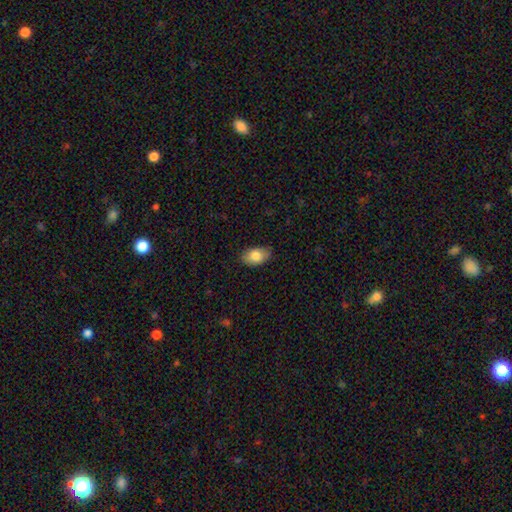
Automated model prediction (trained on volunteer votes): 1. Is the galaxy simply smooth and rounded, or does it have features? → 81% smooth, 12% featured or disk, 7% star or artifact.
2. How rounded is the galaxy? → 91% in between, 8% round, 2% cigar-shaped.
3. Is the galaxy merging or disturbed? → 82% none, 15% minor disturbance, 2% major disturbance, 1% merger.